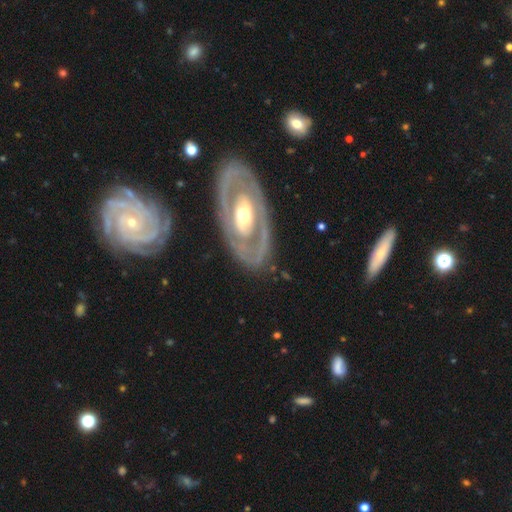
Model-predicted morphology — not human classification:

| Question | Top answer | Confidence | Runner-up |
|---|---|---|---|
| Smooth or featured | featured or disk | 79% | smooth (17%) |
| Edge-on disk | no | 93% | yes (7%) |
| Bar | no | 54% | weak (25%) |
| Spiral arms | yes | 53% | no (47%) |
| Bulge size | moderate | 71% | large (16%) |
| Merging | none | 79% | minor disturbance (13%) |